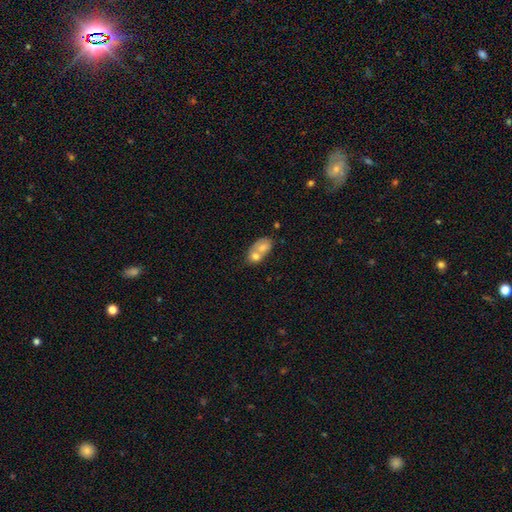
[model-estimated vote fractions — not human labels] smooth-or-featured: smooth: 66% | featured or disk: 27% | star or artifact: 7%
  how-rounded: in between: 76% | round: 22% | cigar-shaped: 2%
  merging: merger: 69% | none: 18% | minor disturbance: 8% | major disturbance: 5%